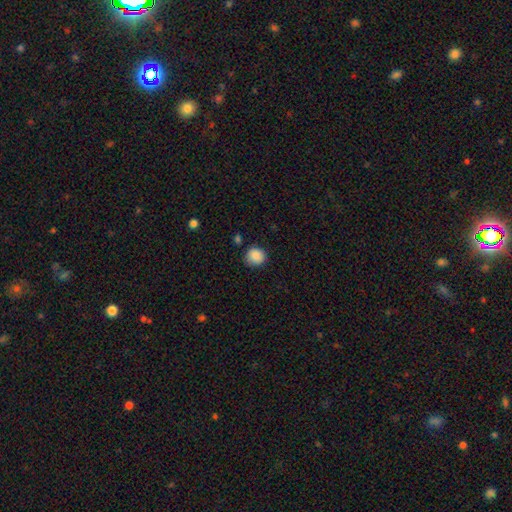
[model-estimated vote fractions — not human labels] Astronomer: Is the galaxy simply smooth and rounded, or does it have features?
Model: smooth — 88%.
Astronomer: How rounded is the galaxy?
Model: round — 86%.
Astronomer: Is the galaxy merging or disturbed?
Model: none — 83%.